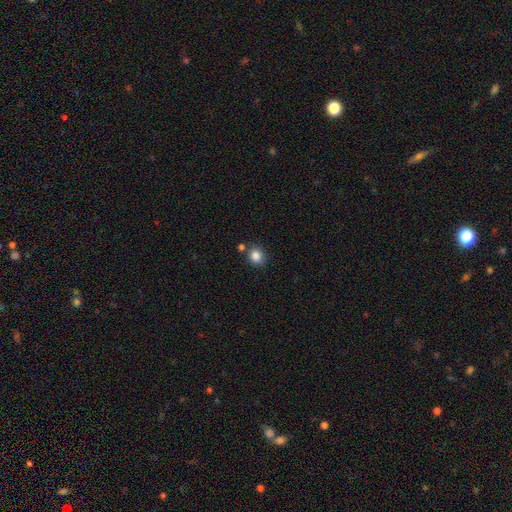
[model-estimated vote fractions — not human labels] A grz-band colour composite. It shows a smooth galaxy with no disk features (85%) that is round (67%). Merging: none (71%).